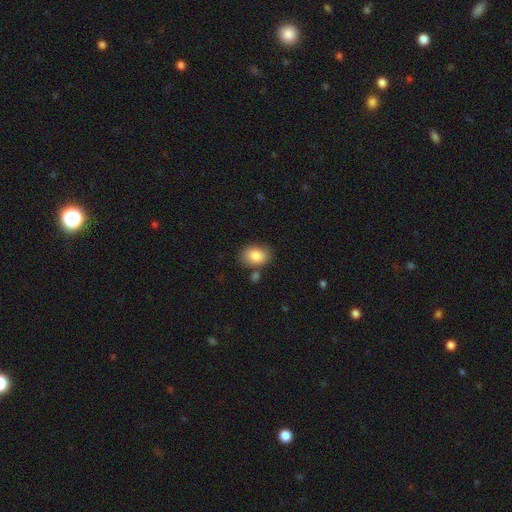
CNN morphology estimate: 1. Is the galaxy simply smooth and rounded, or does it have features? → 86% smooth, 7% star or artifact, 6% featured or disk.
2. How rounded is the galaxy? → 77% in between, 22% round, 1% cigar-shaped.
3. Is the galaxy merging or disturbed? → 76% none, 14% minor disturbance, 7% merger, 4% major disturbance.